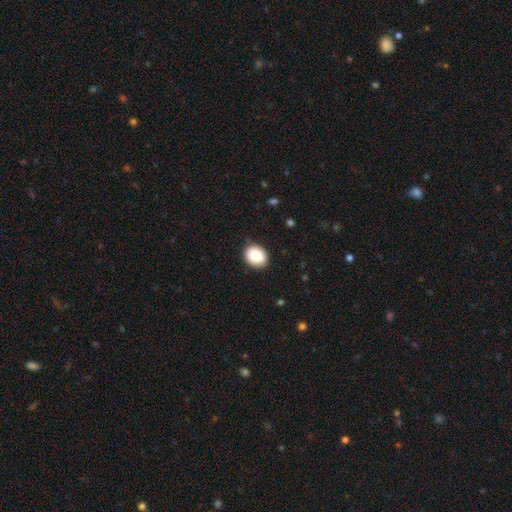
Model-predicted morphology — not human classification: Smooth or featured?
  - smooth: 88% *
  - star or artifact: 7%
  - featured or disk: 5%
How rounded?
  - in between: 53% *
  - round: 47%
  - cigar-shaped: 1%
Merging?
  - none: 88% *
  - minor disturbance: 9%
  - major disturbance: 2%
  - merger: 1%